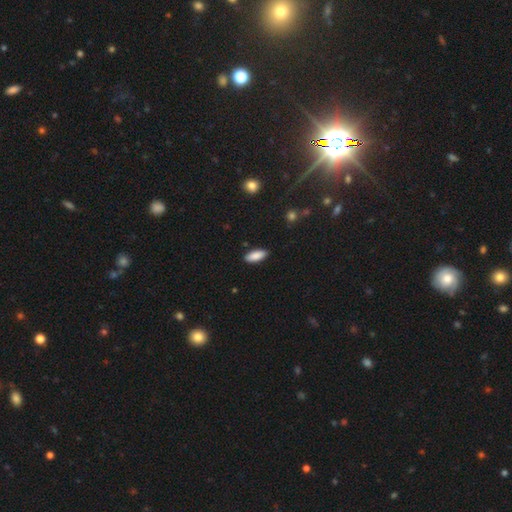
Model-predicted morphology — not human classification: This is clearly a smooth galaxy (88%). How rounded: likely in between (78%). Merging: clearly none (88%).